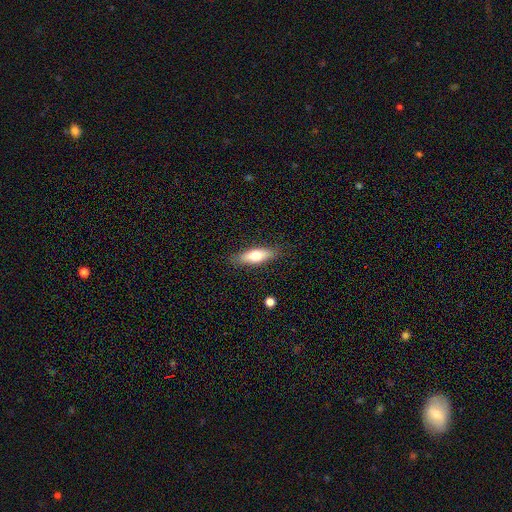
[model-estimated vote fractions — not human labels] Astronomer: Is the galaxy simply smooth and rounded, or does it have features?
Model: smooth — 64%.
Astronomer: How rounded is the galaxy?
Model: cigar-shaped — 49% (runner-up: in between, 48%).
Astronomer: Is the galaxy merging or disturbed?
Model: none — 85%.